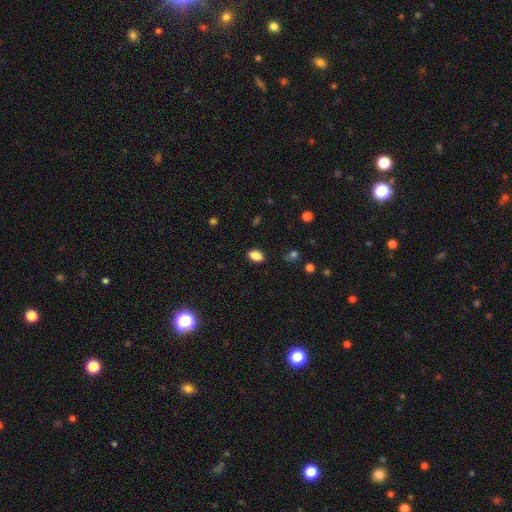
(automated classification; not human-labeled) smooth_or_featured: smooth (p=0.87) [alt: star or artifact p=0.09]
how_rounded: in between (p=0.88) [alt: round p=0.10]
merging: none (p=0.86) [alt: minor disturbance p=0.10]